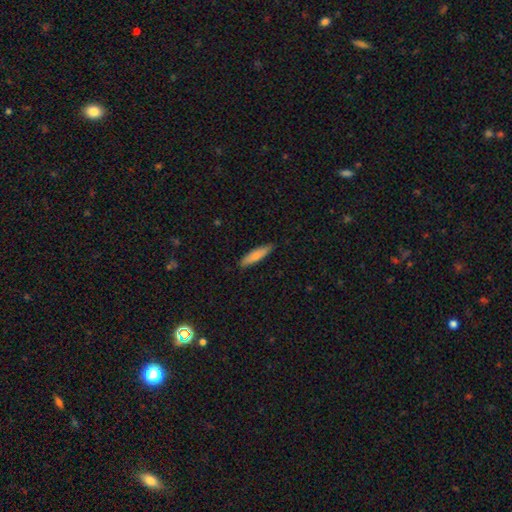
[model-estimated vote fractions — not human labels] A smooth galaxy with no disk features (76%) that is cigar-shaped (72%). Merging: none (86%).